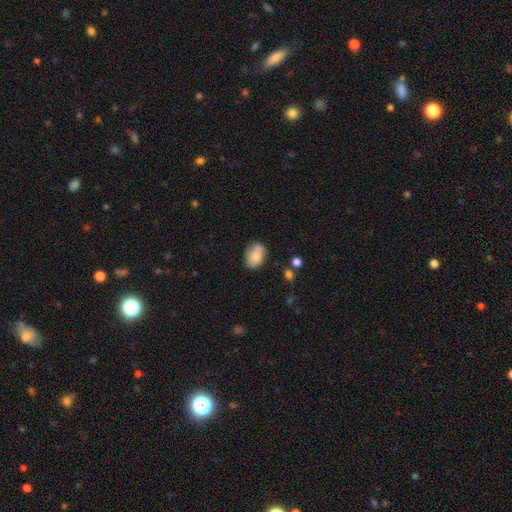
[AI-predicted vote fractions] smooth-or-featured: smooth: 77% | featured or disk: 15% | star or artifact: 8%
  how-rounded: in between: 81% | round: 18% | cigar-shaped: 1%
  merging: none: 63% | minor disturbance: 23% | merger: 8% | major disturbance: 6%